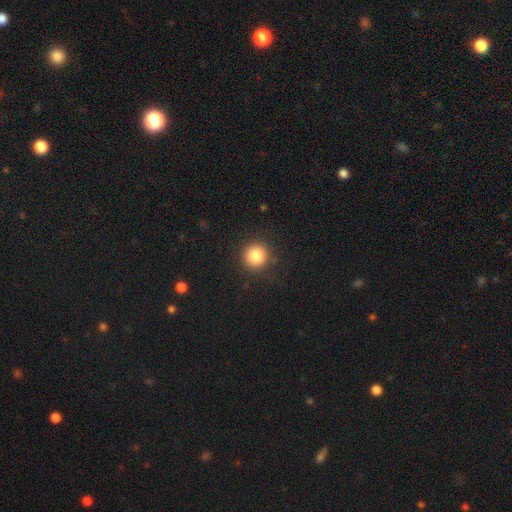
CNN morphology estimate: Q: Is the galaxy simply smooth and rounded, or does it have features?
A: smooth — 84%.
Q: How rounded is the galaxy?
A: round — 94%.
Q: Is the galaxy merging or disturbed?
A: none — 89%.